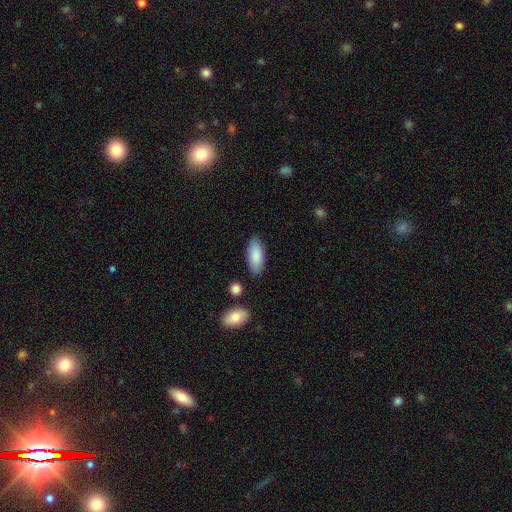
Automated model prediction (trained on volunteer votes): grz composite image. It shows a smooth galaxy with no disk features (87%) that is in between round and cigar-shaped (86%). Merging: none (84%).